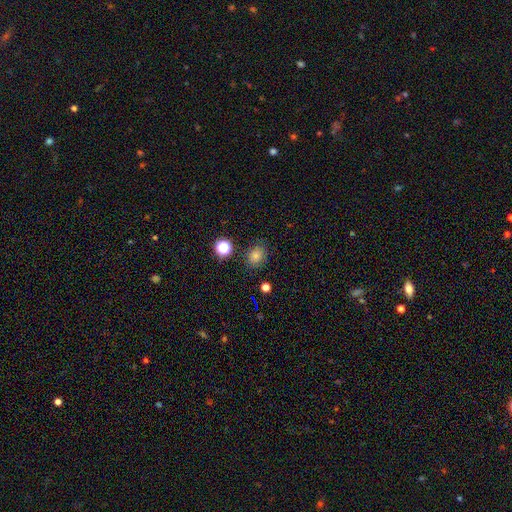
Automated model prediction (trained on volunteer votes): This appears to be a smooth galaxy with no disk features (77%) that is round (51%). Merging: none (82%).